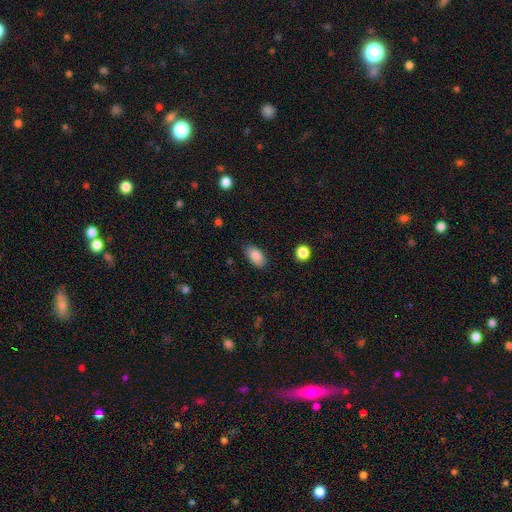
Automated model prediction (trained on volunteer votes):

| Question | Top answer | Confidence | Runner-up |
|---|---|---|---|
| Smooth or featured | smooth | 87% | star or artifact (8%) |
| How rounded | in between | 92% | round (5%) |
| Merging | none | 82% | minor disturbance (14%) |